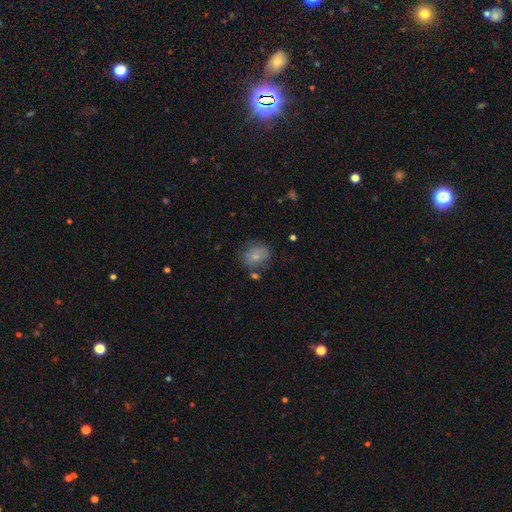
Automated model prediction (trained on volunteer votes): Smooth or featured? Predicted: smooth (p=0.76). How rounded? Predicted: round (p=0.56). Merging? Predicted: none (p=0.63).